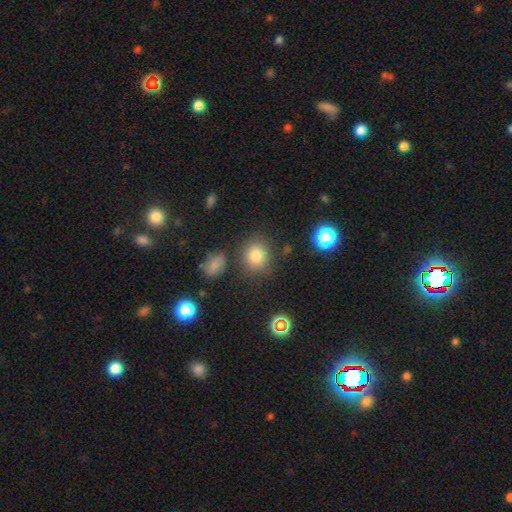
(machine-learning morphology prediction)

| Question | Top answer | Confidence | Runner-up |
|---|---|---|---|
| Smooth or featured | smooth | 78% | star or artifact (15%) |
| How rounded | round | 75% | in between (24%) |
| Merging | none | 80% | minor disturbance (11%) |